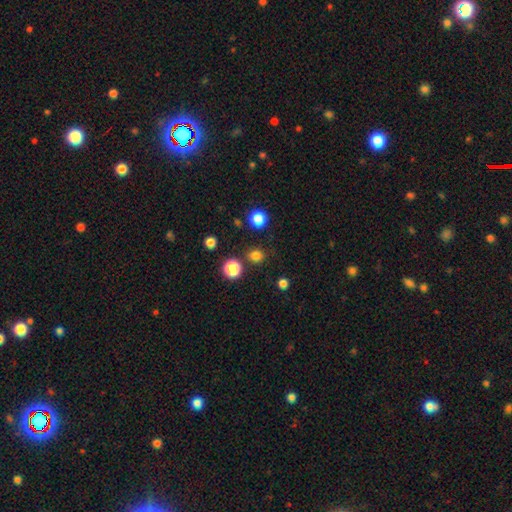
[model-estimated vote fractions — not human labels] A smooth galaxy with no disk features (79%) that is round (85%).

Vote fractions:
- Smooth or featured? smooth: 79% / star or artifact: 17% / featured or disk: 4%
- How rounded? round: 85% / in between: 14% / cigar-shaped: 1%
- Merging? none: 86% / minor disturbance: 8% / merger: 4% / major disturbance: 3%